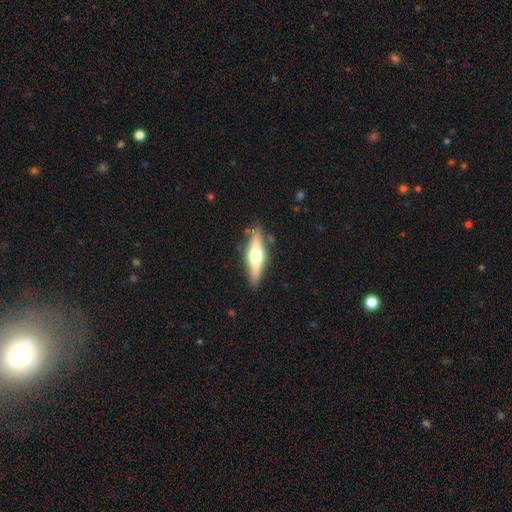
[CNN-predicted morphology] This appears to be a featured or disk galaxy (58%) viewed edge-on (94%) with a rounded central bulge (93%). Merging: none (85%).